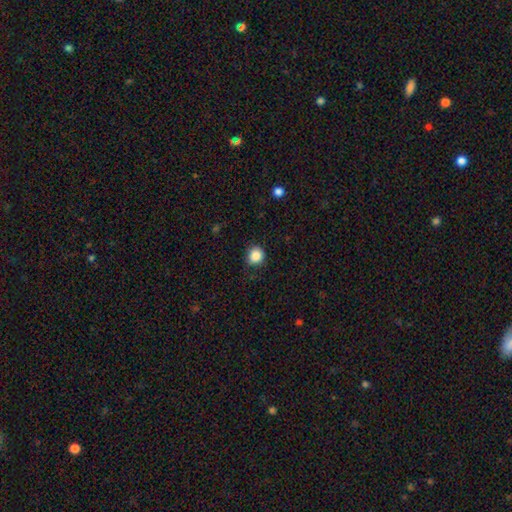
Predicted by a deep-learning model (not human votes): This is clearly a smooth galaxy (87%). How rounded: clearly round (85%). Merging: clearly none (81%).